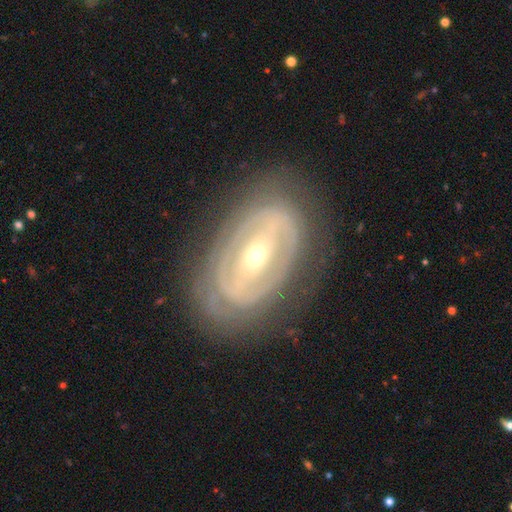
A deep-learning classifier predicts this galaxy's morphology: Smooth or featured: featured or disk — 81% (smooth — 14%)
Edge-on disk: no — 93% (yes — 7%)
Bar: strong — 43% (weak — 31%)
Spiral arms: yes — 61% (no — 39%)
Bulge size: small — 54% (moderate — 42%)
Merging: none — 79% (minor disturbance — 14%)